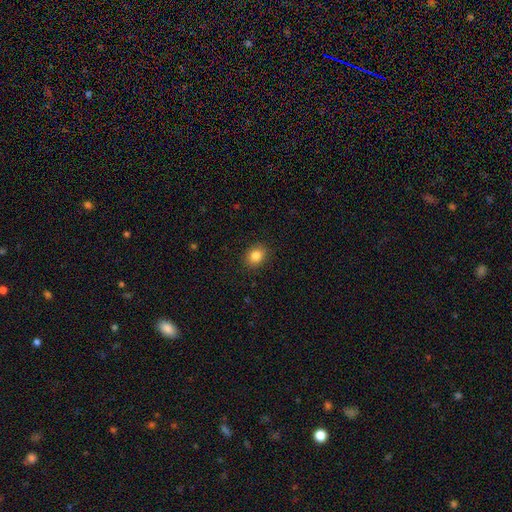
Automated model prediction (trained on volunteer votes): Overall: smooth (84%). How rounded: round (51%; in between 48%). Merging: none (89%).